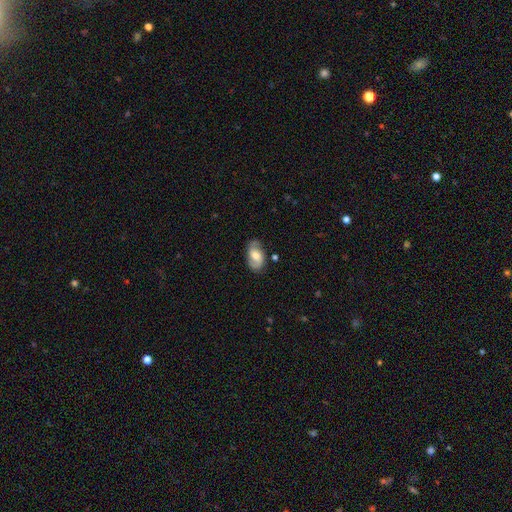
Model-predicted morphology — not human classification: Smooth or featured?
  - featured or disk: 58% *
  - smooth: 35%
  - star or artifact: 7%
Edge-on disk?
  - no: 95% *
  - yes: 5%
Bar?
  - no: 51% *
  - weak: 39%
  - strong: 10%
Spiral arms?
  - yes: 87% *
  - no: 13%
Bulge size?
  - moderate: 61% *
  - small: 19%
  - large: 16%
  - none: 3%
  - dominant: 2%
Merging?
  - none: 76% *
  - minor disturbance: 18%
  - major disturbance: 5%
  - merger: 2%